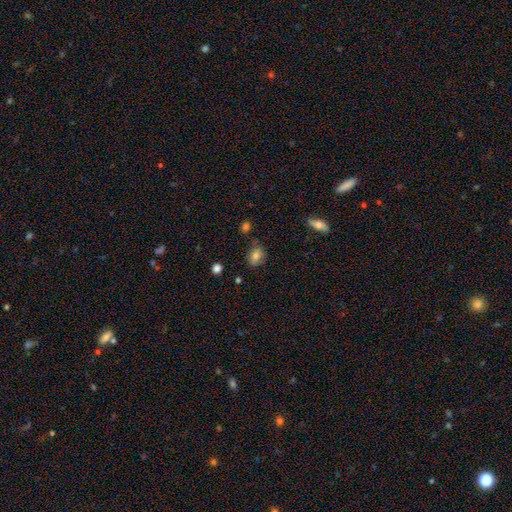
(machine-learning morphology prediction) This appears to be a smooth galaxy with no disk features (73%) that is in between round and cigar-shaped (60%). Merging: none (75%).